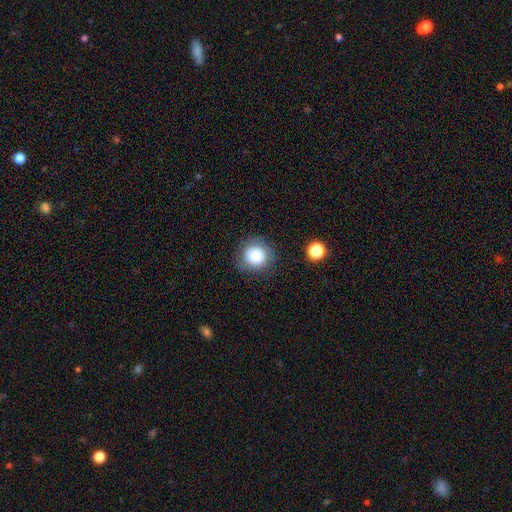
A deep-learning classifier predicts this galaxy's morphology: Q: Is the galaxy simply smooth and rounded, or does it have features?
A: smooth — 81%.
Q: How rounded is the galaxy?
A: round — 89%.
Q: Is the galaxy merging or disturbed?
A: none — 83%.